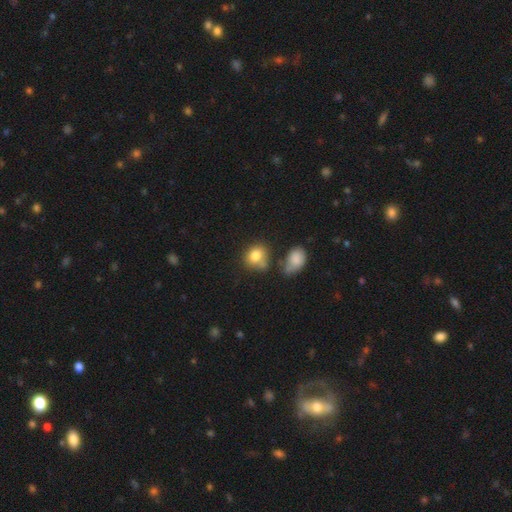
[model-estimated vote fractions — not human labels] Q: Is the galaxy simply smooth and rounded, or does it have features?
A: smooth — 81%.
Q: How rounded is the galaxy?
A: round — 60%.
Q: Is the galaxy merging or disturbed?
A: none — 48%.